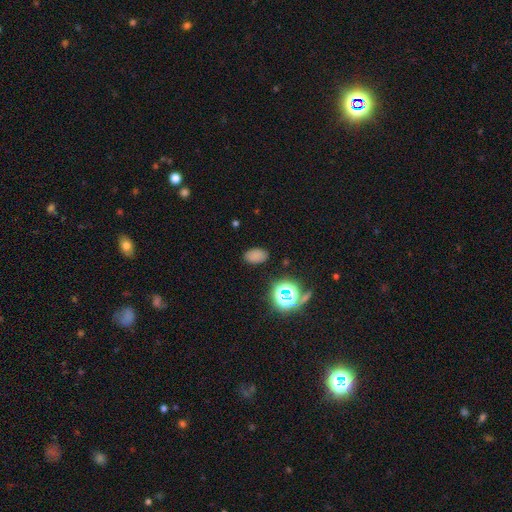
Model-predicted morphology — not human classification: smooth_or_featured: smooth (p=0.73) [alt: star or artifact p=0.21]
how_rounded: in between (p=0.88) [alt: round p=0.11]
merging: none (p=0.84) [alt: minor disturbance p=0.11]